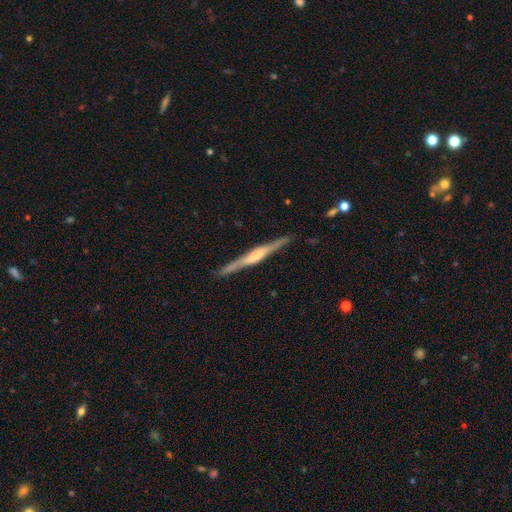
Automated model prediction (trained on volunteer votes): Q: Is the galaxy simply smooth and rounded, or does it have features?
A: featured or disk — 70%.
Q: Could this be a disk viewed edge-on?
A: yes — 97%.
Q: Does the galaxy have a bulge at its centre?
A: rounded — 44%.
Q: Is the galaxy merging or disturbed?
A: none — 89%.